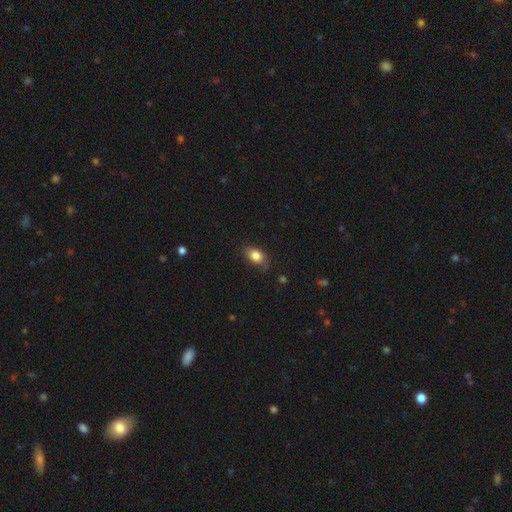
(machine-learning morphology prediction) Smooth or featured: smooth — 83% (star or artifact — 9%)
How rounded: in between — 80% (round — 18%)
Merging: none — 71% (minor disturbance — 22%)